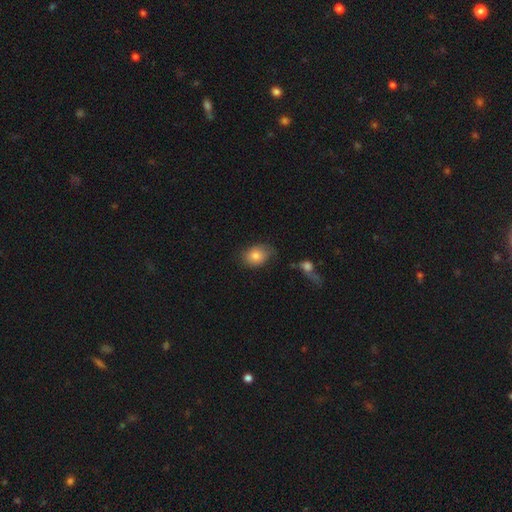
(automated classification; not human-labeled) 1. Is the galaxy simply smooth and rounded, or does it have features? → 81% smooth, 10% featured or disk, 9% star or artifact.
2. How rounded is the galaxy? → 60% in between, 39% round, 1% cigar-shaped.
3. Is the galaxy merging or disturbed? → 65% none, 24% minor disturbance, 7% major disturbance, 5% merger.